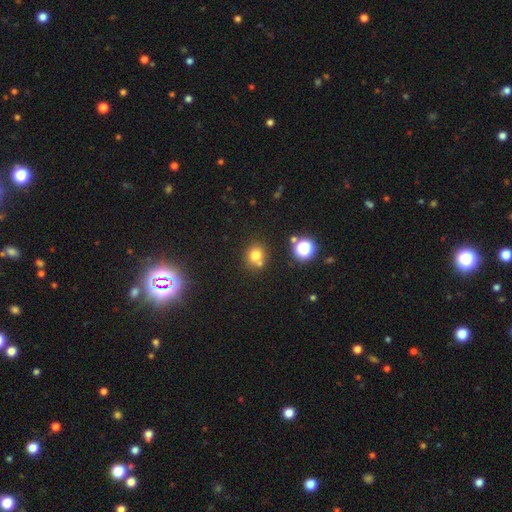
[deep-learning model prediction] smooth 74%, star or artifact 17%, featured or disk 9%. Down the decision tree: how rounded — round (82%); merging — none (64%).